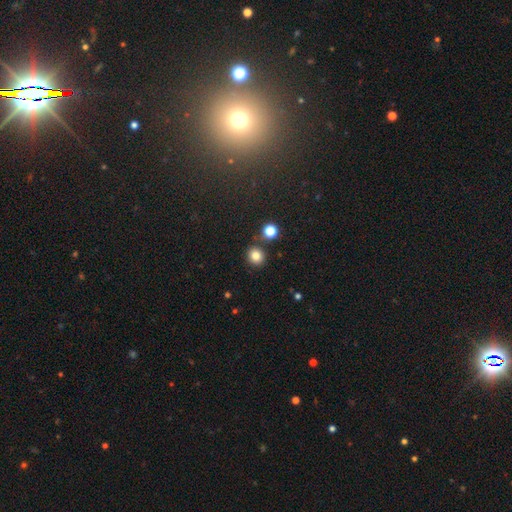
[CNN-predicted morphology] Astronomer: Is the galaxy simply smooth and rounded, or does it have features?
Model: smooth — 82%.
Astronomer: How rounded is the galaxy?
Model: round — 84%.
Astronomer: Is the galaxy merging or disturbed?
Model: none — 82%.